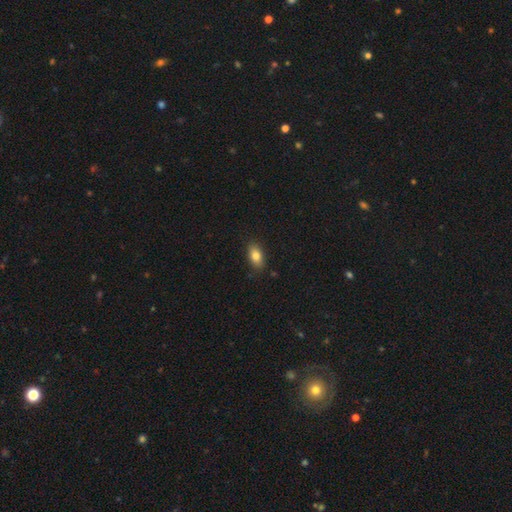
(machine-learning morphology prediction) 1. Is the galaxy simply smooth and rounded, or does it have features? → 82% smooth, 10% featured or disk, 9% star or artifact.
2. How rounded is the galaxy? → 87% in between, 8% round, 4% cigar-shaped.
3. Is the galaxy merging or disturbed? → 86% none, 11% minor disturbance, 2% major disturbance, 1% merger.